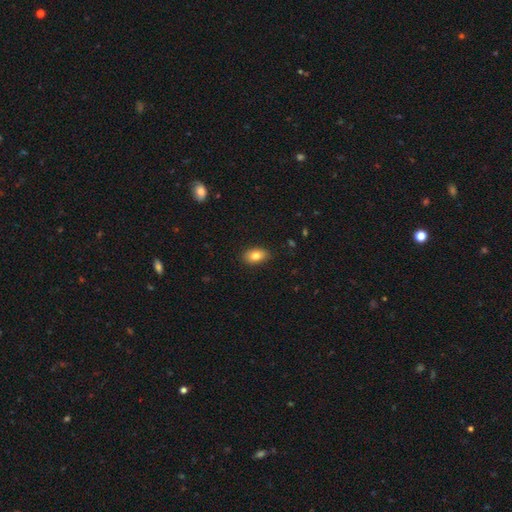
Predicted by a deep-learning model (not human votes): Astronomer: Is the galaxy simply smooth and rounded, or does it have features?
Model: smooth — 82%.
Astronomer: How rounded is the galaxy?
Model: in between — 88%.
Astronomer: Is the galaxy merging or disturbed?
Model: none — 87%.